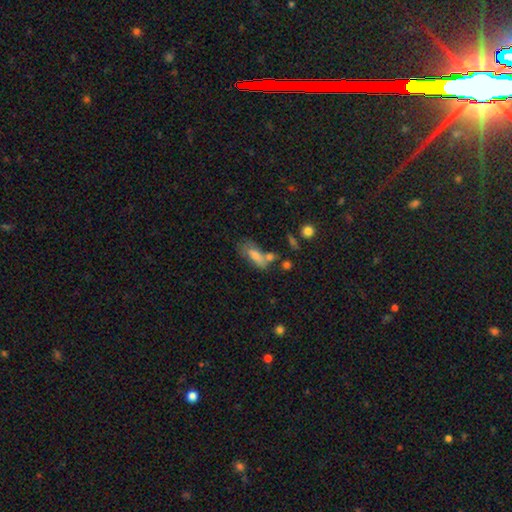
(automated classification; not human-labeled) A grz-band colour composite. It shows a smooth galaxy with no disk features (66%) that is in between round and cigar-shaped (74%). Merging: none (38%).